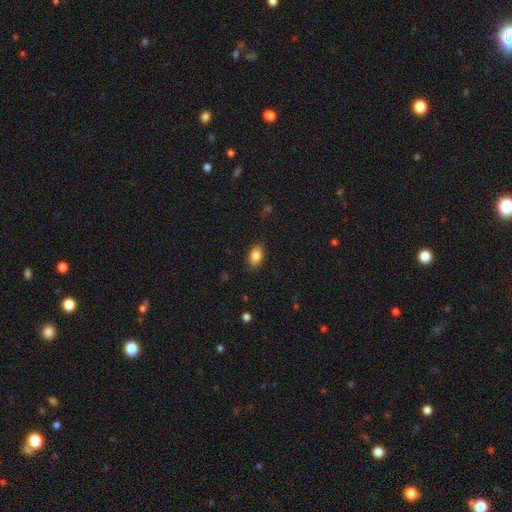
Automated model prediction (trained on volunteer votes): Smooth or featured: smooth — 85% (star or artifact — 8%)
How rounded: in between — 88% (round — 10%)
Merging: none — 86% (minor disturbance — 10%)